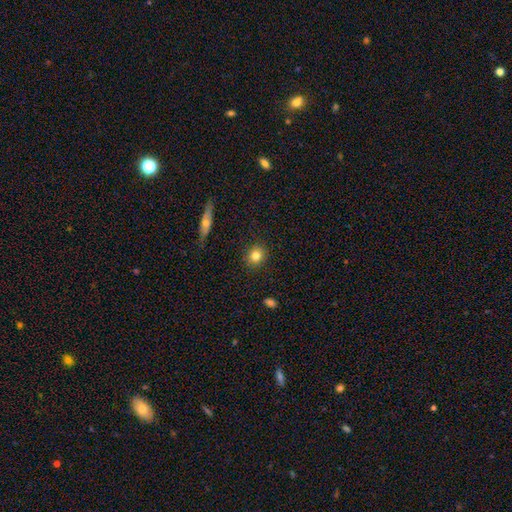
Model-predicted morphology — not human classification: A smooth galaxy with no disk features (81%) that is round (81%).

Vote fractions:
- Smooth or featured? smooth: 81% / star or artifact: 10% / featured or disk: 9%
- How rounded? round: 81% / in between: 18% / cigar-shaped: 1%
- Merging? none: 90% / minor disturbance: 7% / major disturbance: 2% / merger: 1%